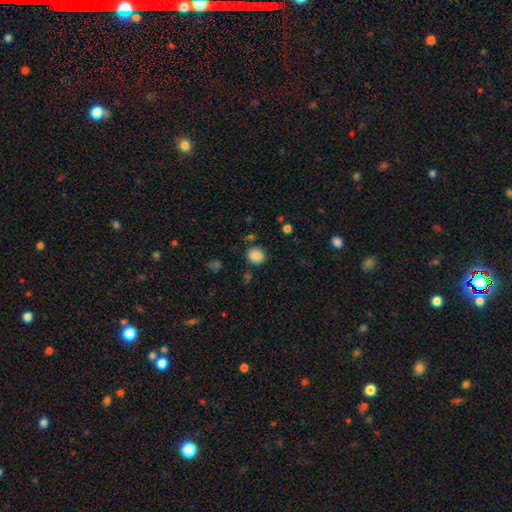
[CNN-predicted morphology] A smooth galaxy with no disk features (86%) that is round (84%).

Vote fractions:
- Smooth or featured? smooth: 86% / star or artifact: 10% / featured or disk: 4%
- How rounded? round: 84% / in between: 15% / cigar-shaped: 1%
- Merging? none: 84% / minor disturbance: 10% / merger: 3% / major disturbance: 3%